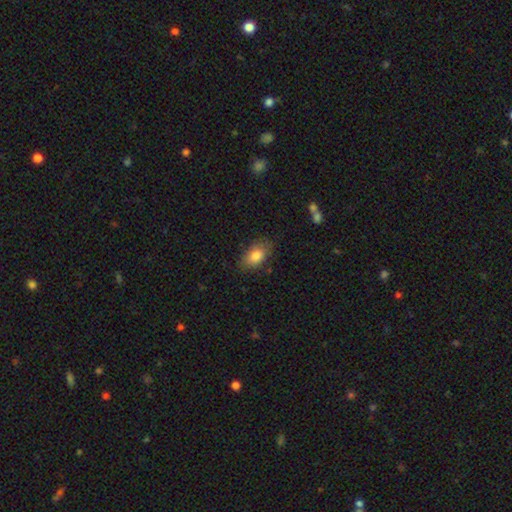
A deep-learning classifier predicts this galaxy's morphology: Smooth or featured?
  - smooth: 83% *
  - featured or disk: 10%
  - star or artifact: 7%
How rounded?
  - in between: 90% *
  - round: 8%
  - cigar-shaped: 2%
Merging?
  - none: 78% *
  - minor disturbance: 17%
  - major disturbance: 4%
  - merger: 1%